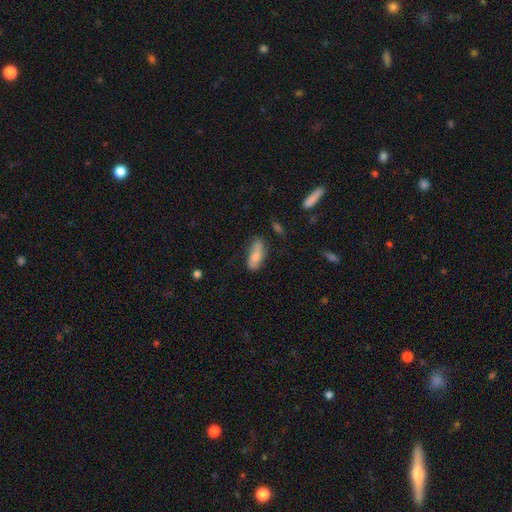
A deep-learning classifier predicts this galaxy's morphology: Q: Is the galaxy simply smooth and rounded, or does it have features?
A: smooth — 77%.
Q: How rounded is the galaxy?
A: in between — 74%.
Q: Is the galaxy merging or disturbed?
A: none — 62%.